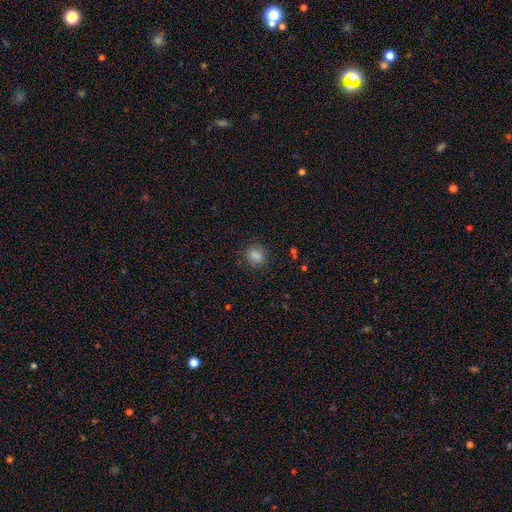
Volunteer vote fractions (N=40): Morphology: type=smooth (88%); roundness=round (77%); merging=none (89%).